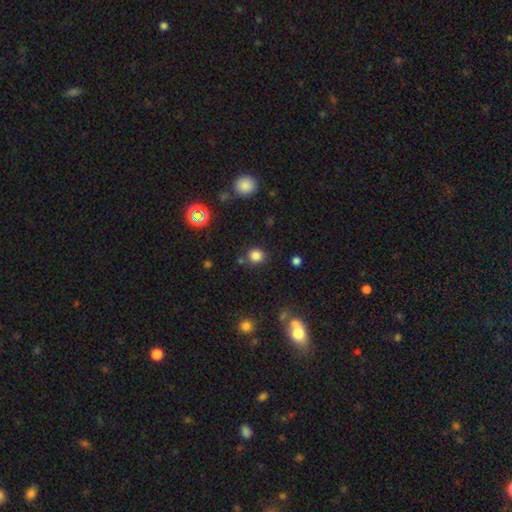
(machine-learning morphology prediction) Smooth or featured?
  - smooth: 80% *
  - star or artifact: 15%
  - featured or disk: 5%
How rounded?
  - round: 87% *
  - in between: 12%
  - cigar-shaped: 1%
Merging?
  - none: 81% *
  - minor disturbance: 9%
  - merger: 7%
  - major disturbance: 4%